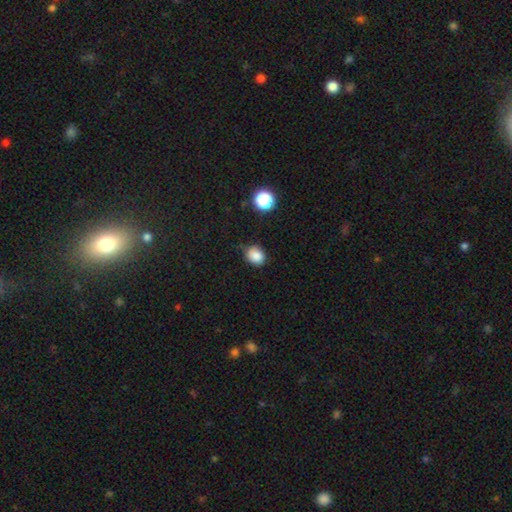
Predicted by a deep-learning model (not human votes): smooth-or-featured: smooth: 85% | star or artifact: 11% | featured or disk: 4%
  how-rounded: round: 55% | in between: 44% | cigar-shaped: 1%
  merging: none: 75% | minor disturbance: 19% | major disturbance: 4% | merger: 2%